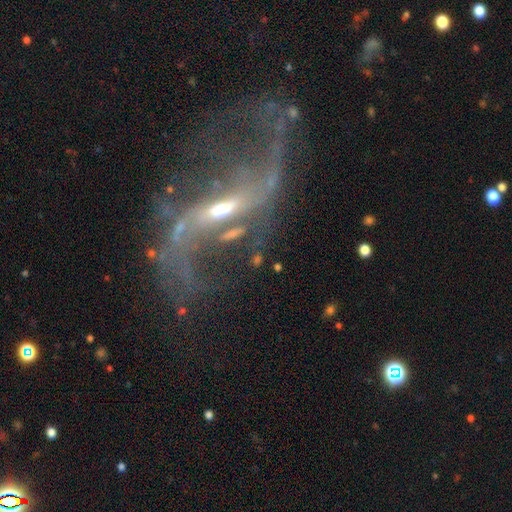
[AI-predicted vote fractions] featured or disk 88%, star or artifact 8%, smooth 4%. Down the decision tree: edge-on disk — no (93%); bar — strong (44%); spiral arms — yes (90%); spiral arm count — 2 (88%); spiral winding — loose (84%); bulge size — small (55%); merging — none (48%).